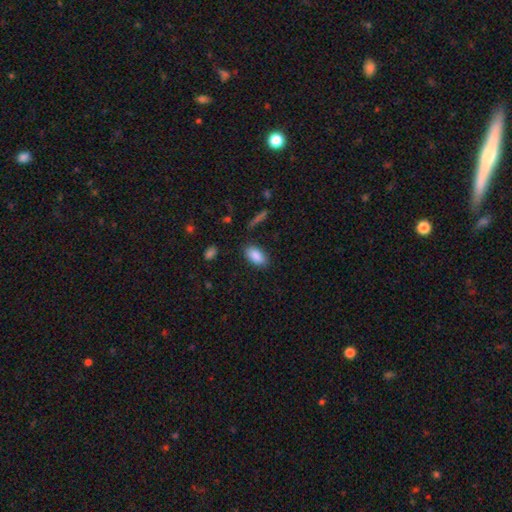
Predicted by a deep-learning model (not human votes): This is clearly a smooth galaxy (87%). How rounded: clearly in between (92%). Merging: clearly none (84%).